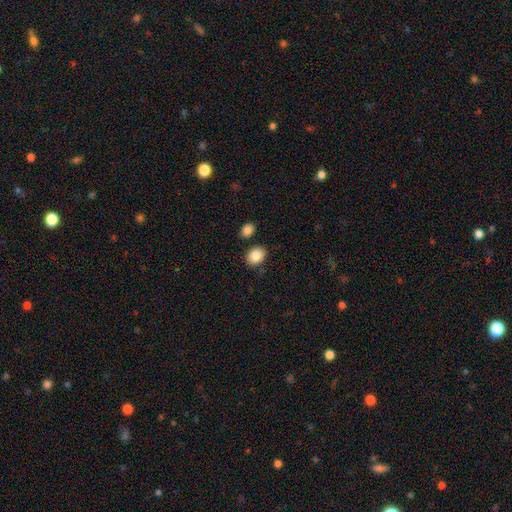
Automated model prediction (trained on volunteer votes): Smooth or featured: smooth — 87% (star or artifact — 8%)
How rounded: in between — 58% (round — 41%)
Merging: none — 82% (minor disturbance — 10%)